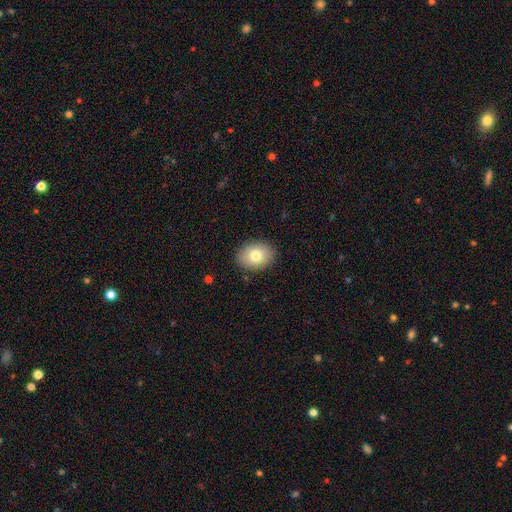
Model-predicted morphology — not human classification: Overall: smooth (79%). How rounded: in between (67%; round 32%). Merging: none (88%).